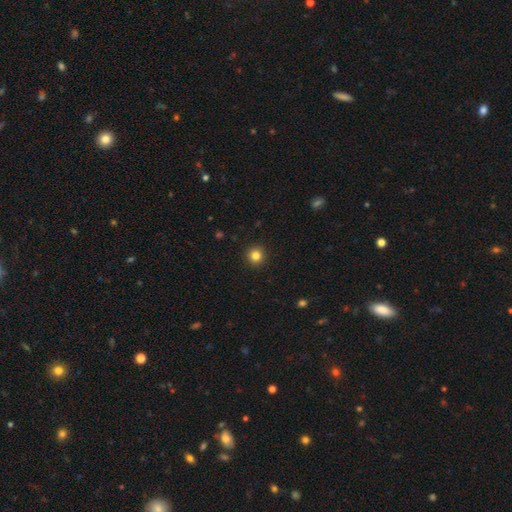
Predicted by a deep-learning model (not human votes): smooth_or_featured: smooth (p=0.82) [alt: star or artifact p=0.12]
how_rounded: round (p=0.94) [alt: in between p=0.05]
merging: none (p=0.93) [alt: minor disturbance p=0.05]